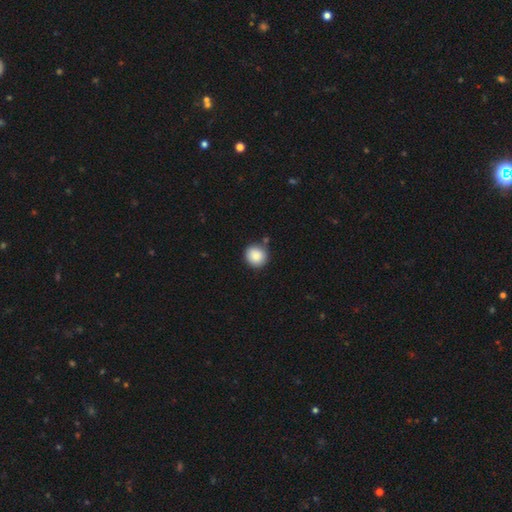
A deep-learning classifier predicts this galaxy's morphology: A smooth galaxy with no disk features (88%) that is round (89%).

Vote fractions:
- Smooth or featured? smooth: 88% / star or artifact: 8% / featured or disk: 4%
- How rounded? round: 89% / in between: 10% / cigar-shaped: 1%
- Merging? none: 82% / minor disturbance: 11% / merger: 4% / major disturbance: 3%